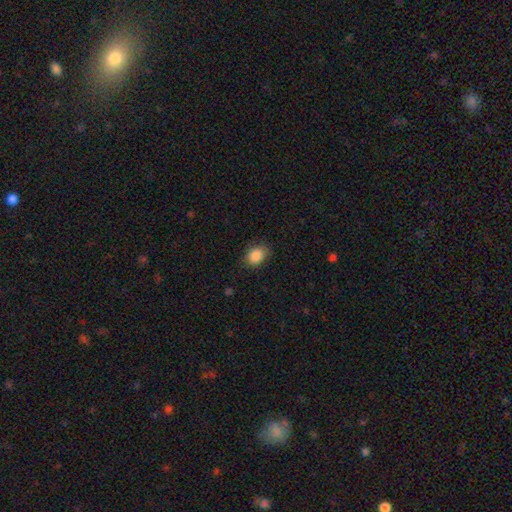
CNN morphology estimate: Q: Smooth or featured?
A: smooth (88%); runner-up: star or artifact (8%)
Q: How rounded?
A: in between (65%); runner-up: round (34%)
Q: Merging?
A: none (81%); runner-up: minor disturbance (14%)